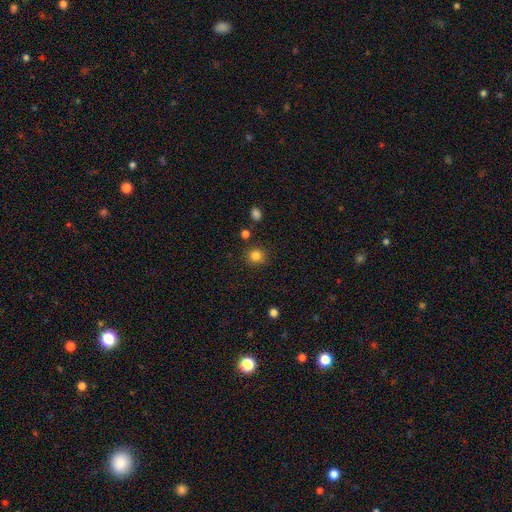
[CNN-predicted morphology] This appears to be a smooth galaxy with no disk features (83%) that is round (89%). Merging: none (86%).